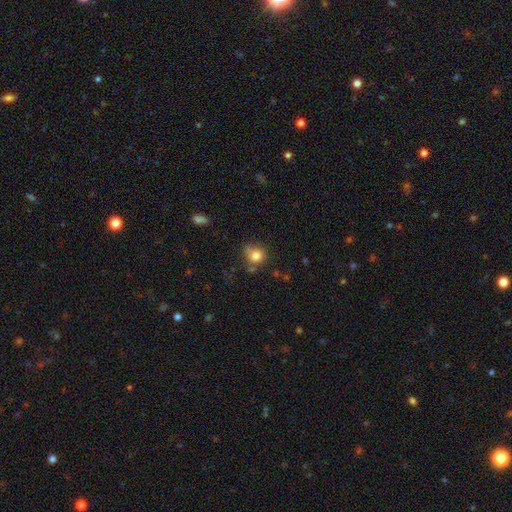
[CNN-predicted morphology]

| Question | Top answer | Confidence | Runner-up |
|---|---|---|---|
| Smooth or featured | smooth | 81% | star or artifact (11%) |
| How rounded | round | 76% | in between (23%) |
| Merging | none | 56% | minor disturbance (27%) |